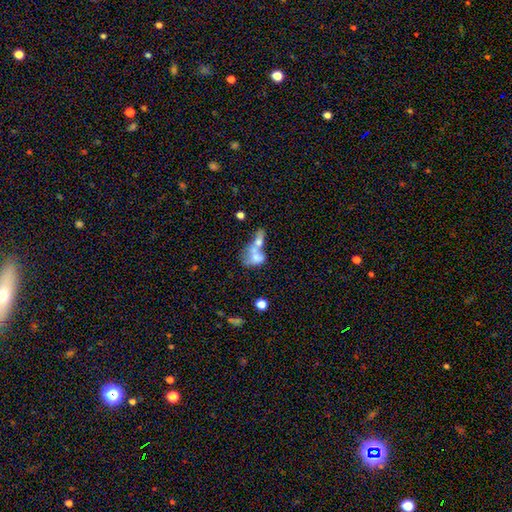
Smooth or featured? 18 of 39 (46%, tied with featured or disk) said smooth. How rounded? 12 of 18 (67%) said in between. Merging? 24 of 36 (67%) said merger.